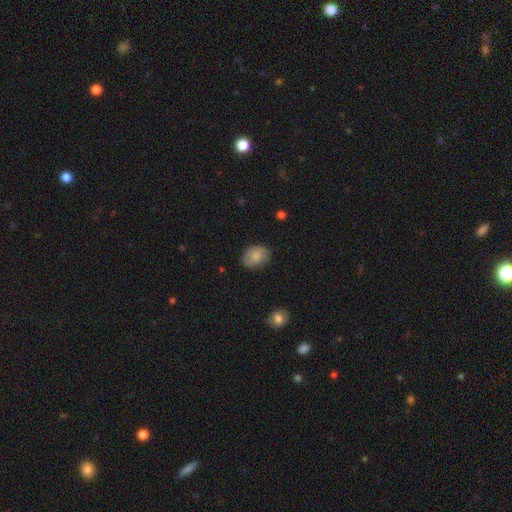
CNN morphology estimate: Smooth or featured? smooth (79%)
How rounded? in between (69%)
Merging? none (75%)